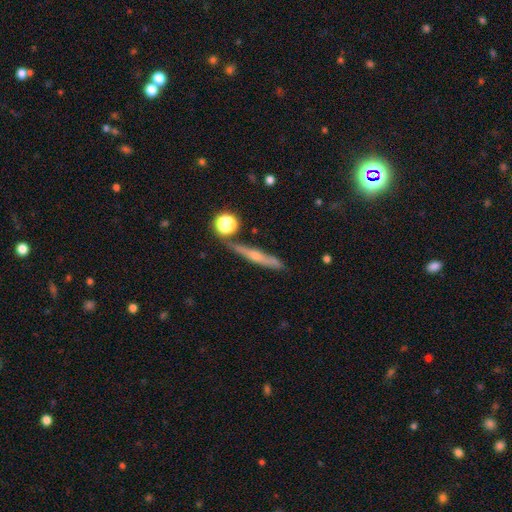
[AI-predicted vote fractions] A featured or disk galaxy (59%) viewed edge-on (88%) with a rounded central bulge (77%).

Vote fractions:
- Smooth or featured? featured or disk: 59% / smooth: 25% / star or artifact: 17%
- Edge-on disk? yes: 88% / no: 12%
- Edge-on bulge? rounded: 77% / none: 16% / boxy: 8%
- Merging? none: 74% / minor disturbance: 12% / merger: 8% / major disturbance: 5%